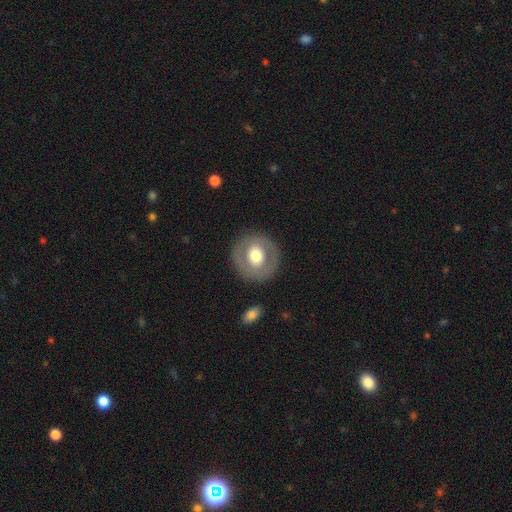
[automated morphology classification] Smooth or featured? smooth (49%)
Merging? none (85%)